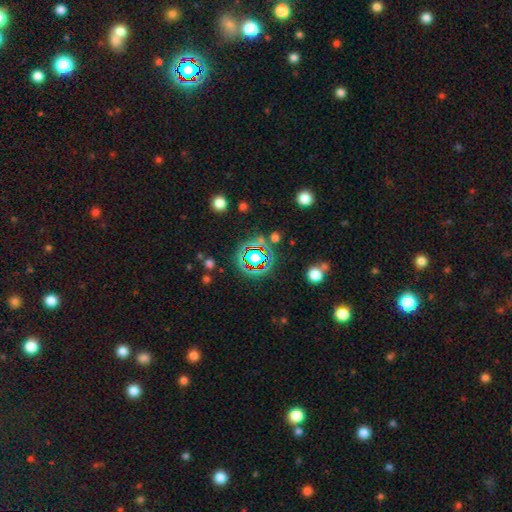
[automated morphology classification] Smooth or featured? Predicted: star or artifact (p=0.71).